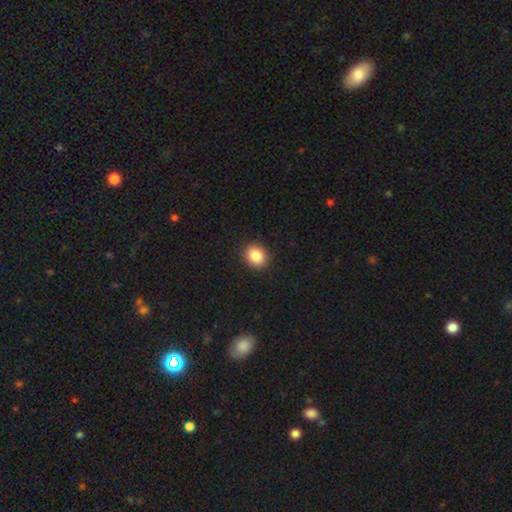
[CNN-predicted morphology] A smooth galaxy with no disk features (86%) that is round (72%). Merging: none (91%).